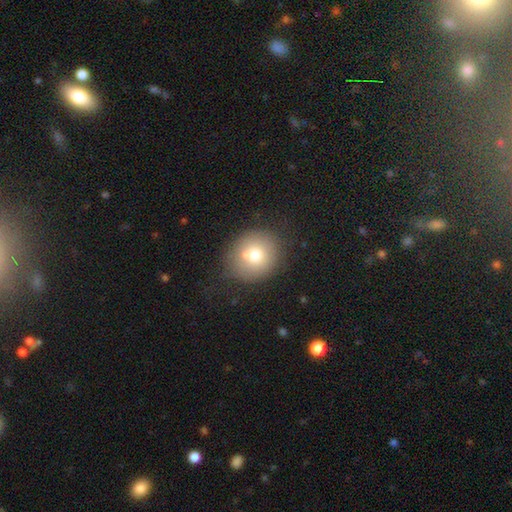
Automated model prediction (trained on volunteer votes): smooth-or-featured: smooth: 70% | featured or disk: 17% | star or artifact: 14%
  how-rounded: round: 79% | in between: 20% | cigar-shaped: 1%
  merging: none: 80% | minor disturbance: 13% | major disturbance: 4% | merger: 3%